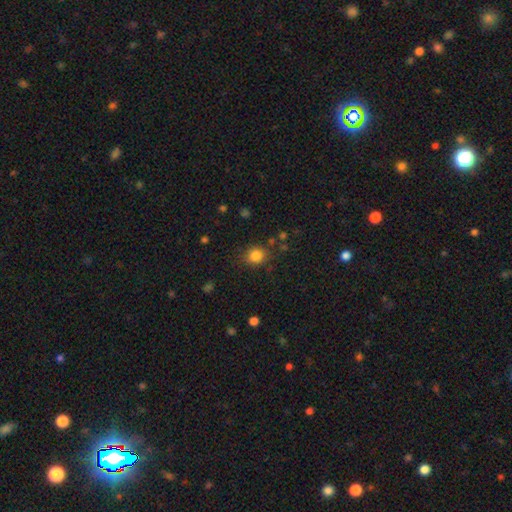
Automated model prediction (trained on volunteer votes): Smooth or featured?
  - smooth: 83% *
  - star or artifact: 12%
  - featured or disk: 5%
How rounded?
  - round: 76% *
  - in between: 24%
  - cigar-shaped: 1%
Merging?
  - none: 82% *
  - minor disturbance: 11%
  - major disturbance: 4%
  - merger: 3%